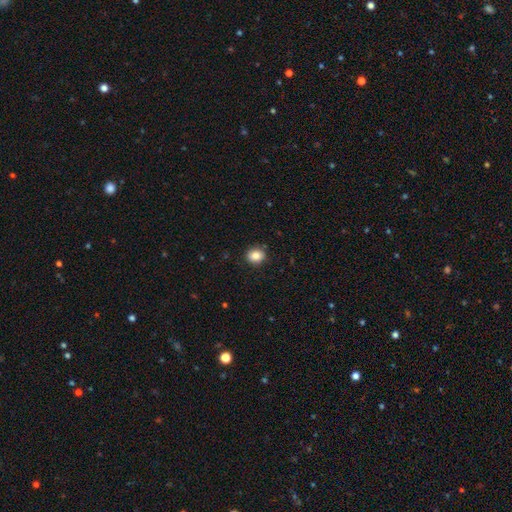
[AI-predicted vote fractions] smooth-or-featured: smooth: 85% | star or artifact: 9% | featured or disk: 5%
  how-rounded: round: 67% | in between: 32% | cigar-shaped: 1%
  merging: none: 88% | minor disturbance: 9% | major disturbance: 2% | merger: 1%